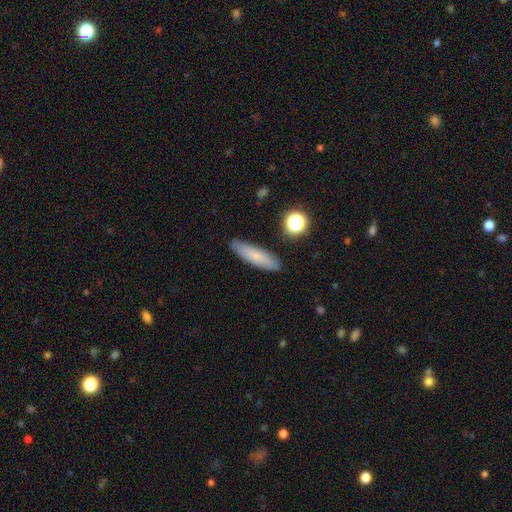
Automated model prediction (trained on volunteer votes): Smooth or featured: smooth — 72% (featured or disk — 19%)
How rounded: cigar-shaped — 68% (in between — 30%)
Merging: none — 85% (minor disturbance — 11%)